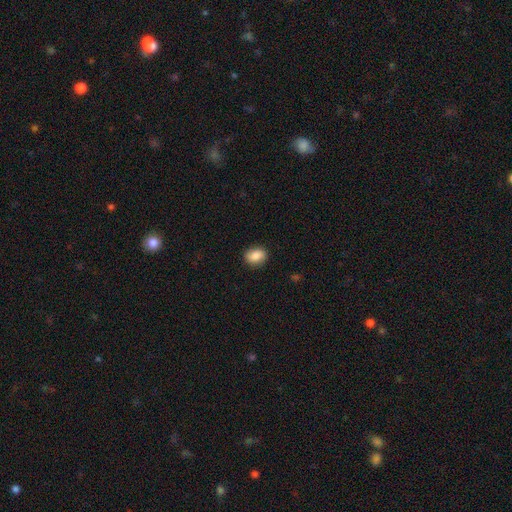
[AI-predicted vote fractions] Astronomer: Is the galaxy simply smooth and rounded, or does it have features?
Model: smooth — 86%.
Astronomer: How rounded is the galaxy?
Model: in between — 71%.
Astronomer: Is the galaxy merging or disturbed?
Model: none — 85%.